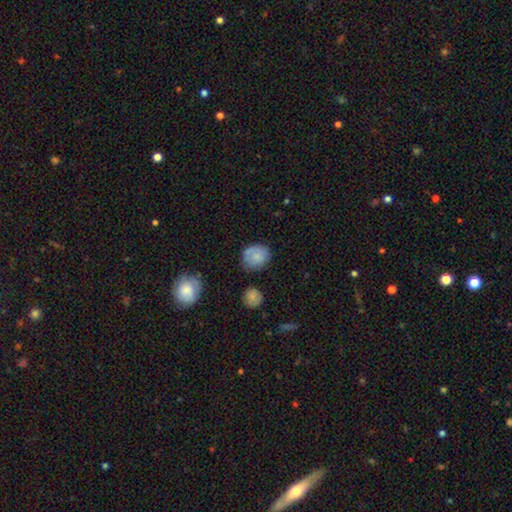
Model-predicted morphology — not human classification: smooth-or-featured: smooth: 79% | featured or disk: 13% | star or artifact: 9%
  how-rounded: round: 67% | in between: 32% | cigar-shaped: 1%
  merging: none: 63% | minor disturbance: 24% | major disturbance: 7% | merger: 7%